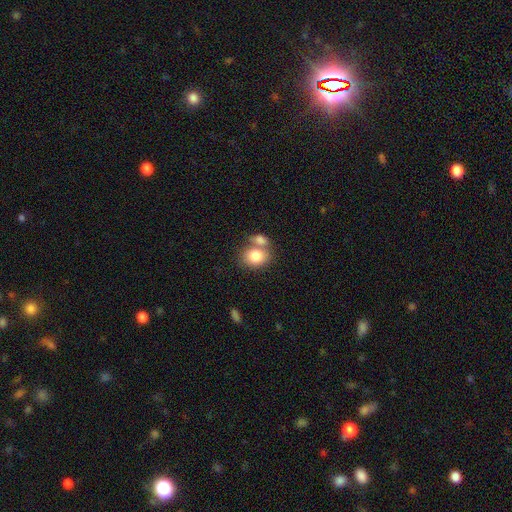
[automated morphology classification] A smooth galaxy with no disk features (80%) that is round (51%).

Vote fractions:
- Smooth or featured? smooth: 80% / featured or disk: 12% / star or artifact: 8%
- How rounded? round: 51% / in between: 48% / cigar-shaped: 1%
- Merging? merger: 45% / none: 40% / minor disturbance: 11% / major disturbance: 4%